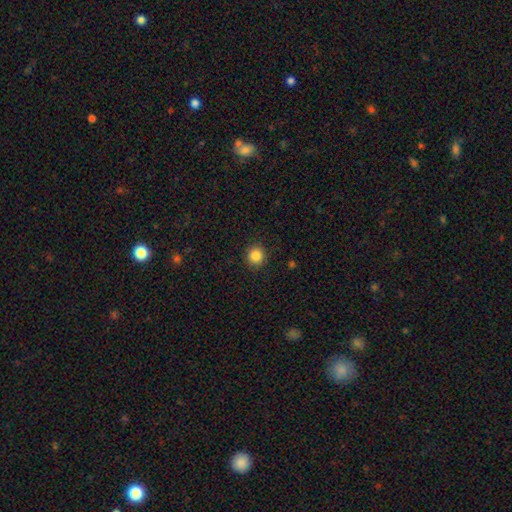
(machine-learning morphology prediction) Smooth or featured: smooth — 86% (star or artifact — 10%)
How rounded: round — 93% (in between — 7%)
Merging: none — 91% (minor disturbance — 6%)